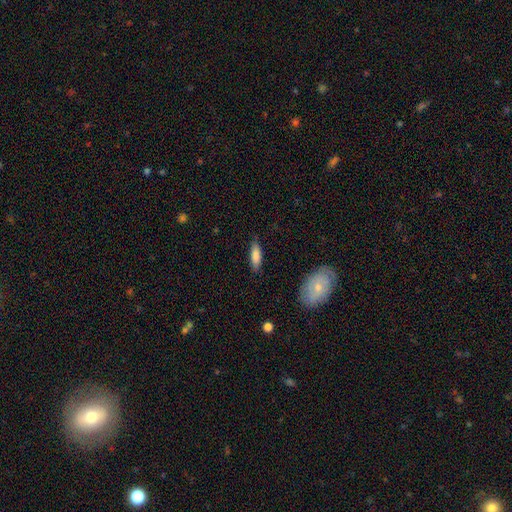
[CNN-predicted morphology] A smooth galaxy with no disk features (81%) that is in between round and cigar-shaped (49%, tied with cigar-shaped). Merging: none (84%).